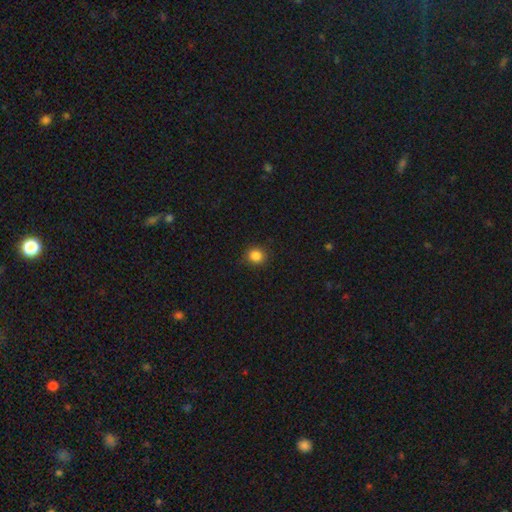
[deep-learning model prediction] Morphology: type=smooth (85%); roundness=round (87%); merging=none (88%).